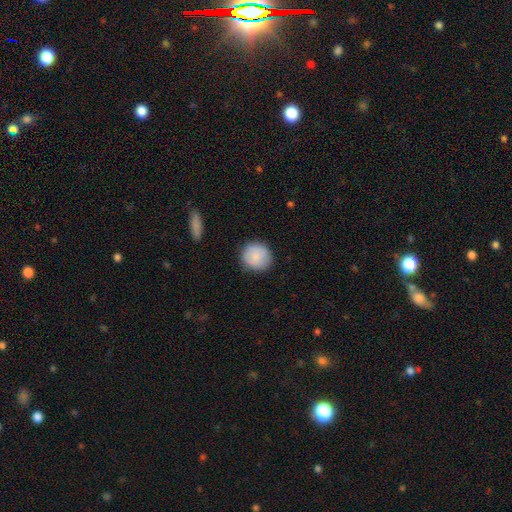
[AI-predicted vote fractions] Smooth or featured? smooth (84%)
How rounded? round (91%)
Merging? none (86%)